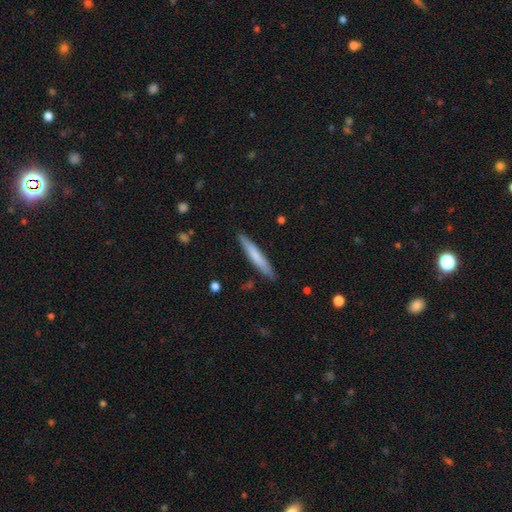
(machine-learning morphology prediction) Q: Smooth or featured?
A: smooth (69%); runner-up: featured or disk (25%)
Q: How rounded?
A: cigar-shaped (94%); runner-up: in between (5%)
Q: Merging?
A: none (88%); runner-up: minor disturbance (9%)